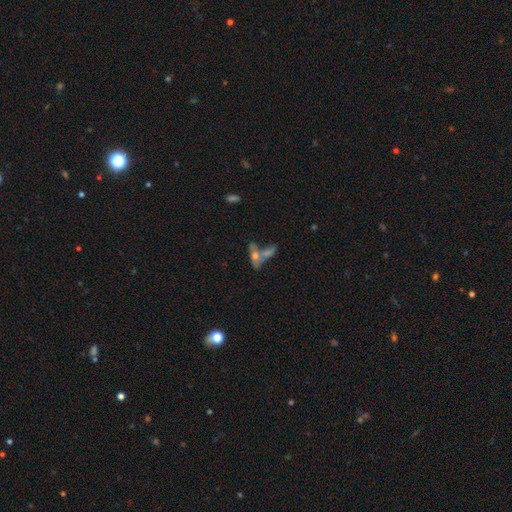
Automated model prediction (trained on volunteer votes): Smooth or featured?
  - smooth: 49% *
  - featured or disk: 37%
  - star or artifact: 13%
Merging?
  - merger: 53% *
  - none: 28%
  - minor disturbance: 10%
  - major disturbance: 10%